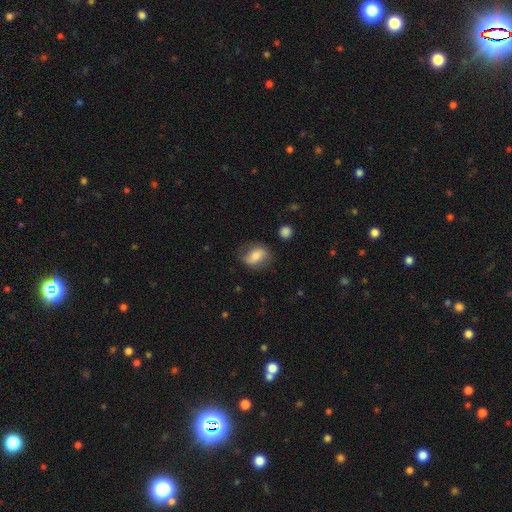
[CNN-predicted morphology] smooth-or-featured: smooth: 65% | featured or disk: 28% | star or artifact: 8%
  how-rounded: in between: 72% | round: 25% | cigar-shaped: 3%
  merging: none: 69% | minor disturbance: 21% | major disturbance: 8% | merger: 2%